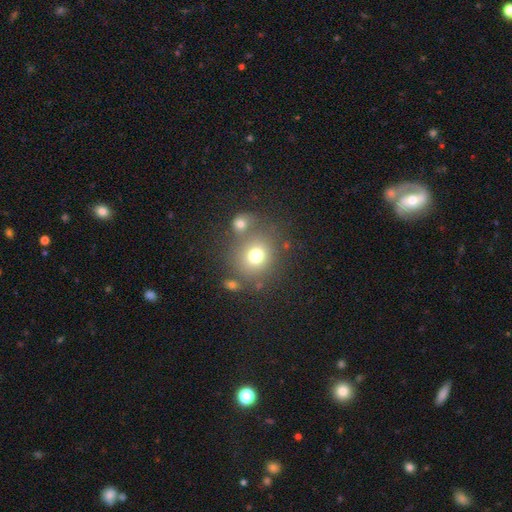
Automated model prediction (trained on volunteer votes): Q: Smooth or featured?
A: smooth (73%); runner-up: star or artifact (15%)
Q: How rounded?
A: round (84%); runner-up: in between (15%)
Q: Merging?
A: none (65%); runner-up: merger (19%)